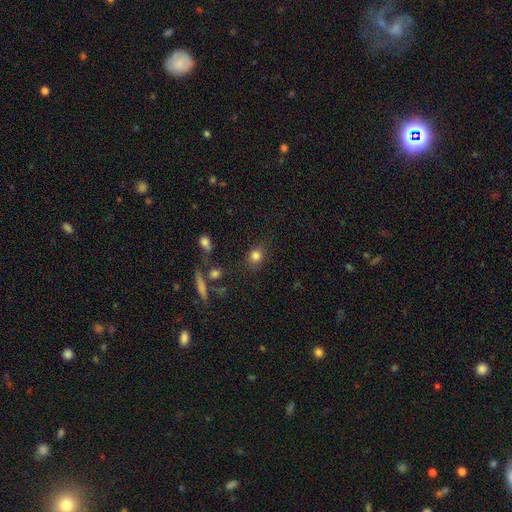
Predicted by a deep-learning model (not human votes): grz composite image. It shows a smooth galaxy with no disk features (81%) that is round (65%). Merging: none (80%).